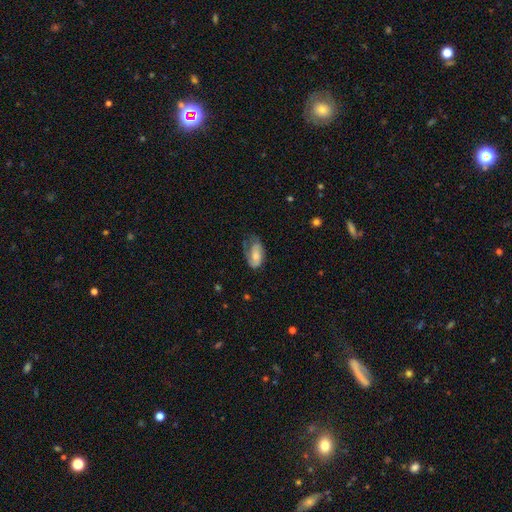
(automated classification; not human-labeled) A smooth galaxy with no disk features (54%) that is in between round and cigar-shaped (91%). Merging: none (39%).